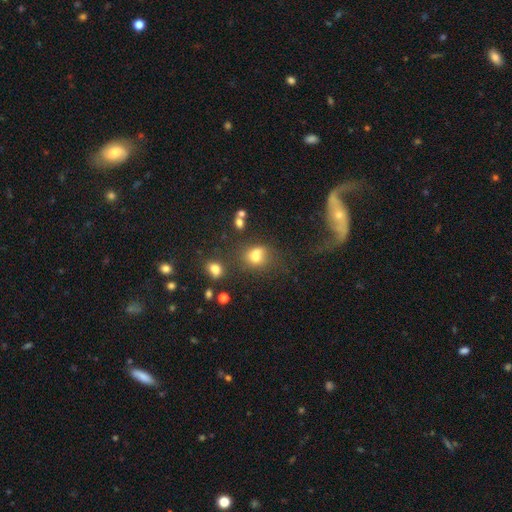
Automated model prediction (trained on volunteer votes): This appears to be a smooth galaxy with no disk features (69%) that is round (55%). Merging: none (40%).